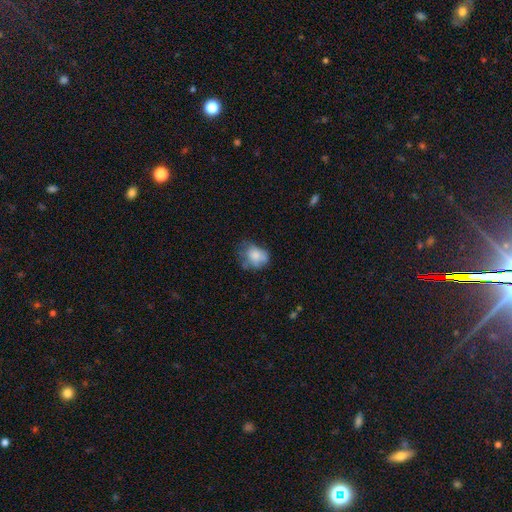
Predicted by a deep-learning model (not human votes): smooth-or-featured: smooth: 73% | featured or disk: 18% | star or artifact: 9%
  how-rounded: in between: 57% | round: 42% | cigar-shaped: 1%
  merging: none: 43% | minor disturbance: 34% | major disturbance: 20% | merger: 4%